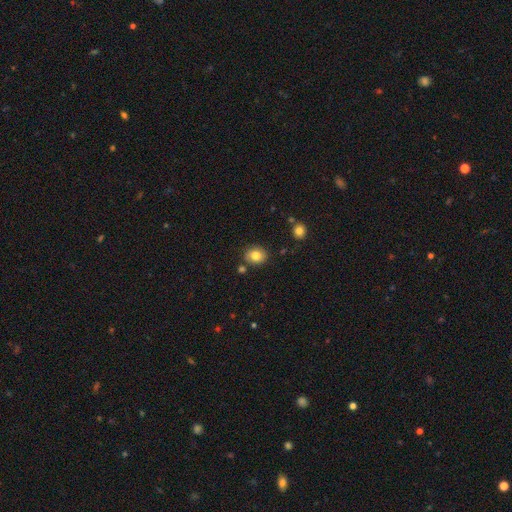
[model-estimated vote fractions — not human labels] The model was most divided on "how rounded": round: 62%, in between: 37%, cigar-shaped: 1%. More confident: merging — none (83%); smooth or featured — smooth (80%).